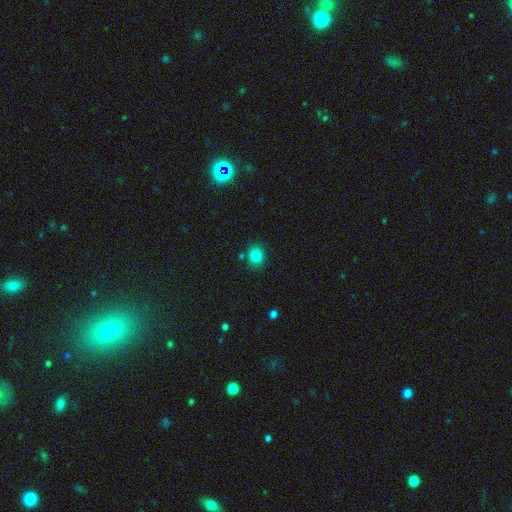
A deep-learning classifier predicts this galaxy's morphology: Smooth or featured? Predicted: smooth (p=0.82). How rounded? Predicted: round (p=0.68). Merging? Predicted: none (p=0.83).